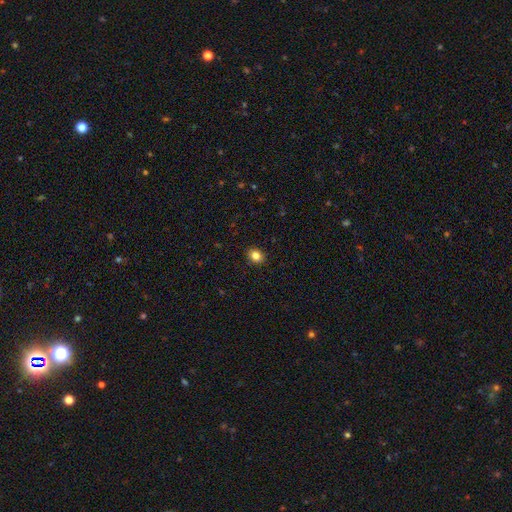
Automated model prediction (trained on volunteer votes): Q: Smooth or featured?
A: smooth (84%); runner-up: star or artifact (11%)
Q: How rounded?
A: round (62%); runner-up: in between (38%)
Q: Merging?
A: none (91%); runner-up: minor disturbance (6%)